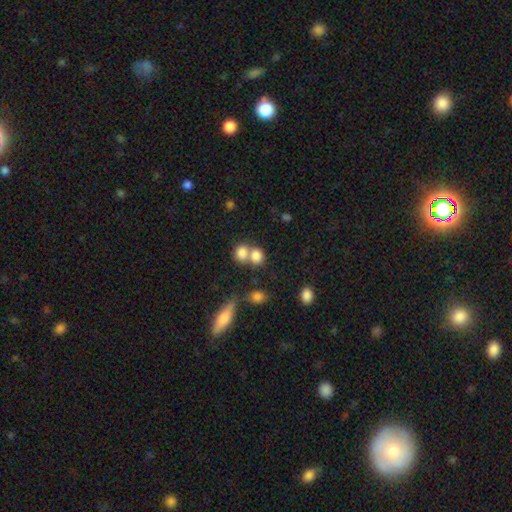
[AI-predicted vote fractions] A smooth galaxy with no disk features (79%) that is round (62%).

Vote fractions:
- Smooth or featured? smooth: 79% / star or artifact: 12% / featured or disk: 10%
- How rounded? round: 62% / in between: 36% / cigar-shaped: 2%
- Merging? merger: 54% / none: 35% / minor disturbance: 7% / major disturbance: 4%